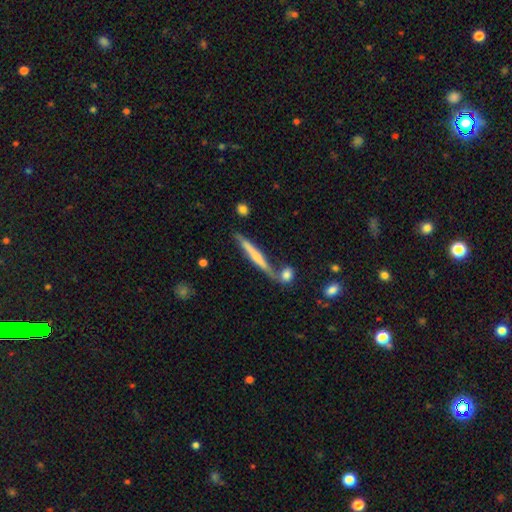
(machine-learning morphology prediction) Smooth or featured? Predicted: featured or disk (p=0.54). Edge-on disk? Predicted: yes (p=0.93). Merging? Predicted: none (p=0.60).